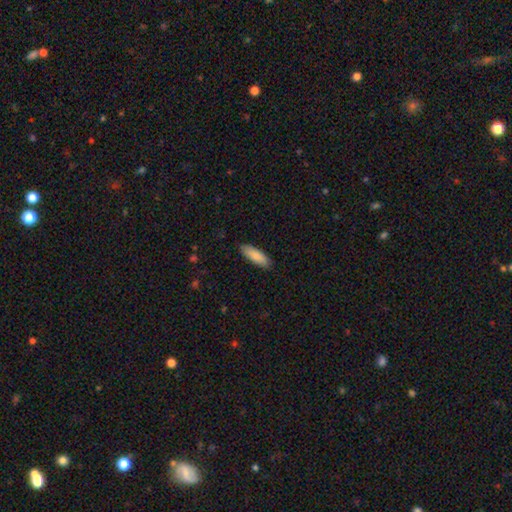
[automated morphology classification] smooth_or_featured: smooth (p=0.87) [alt: featured or disk p=0.08]
how_rounded: in between (p=0.56) [alt: cigar-shaped p=0.42]
merging: none (p=0.88) [alt: minor disturbance p=0.10]